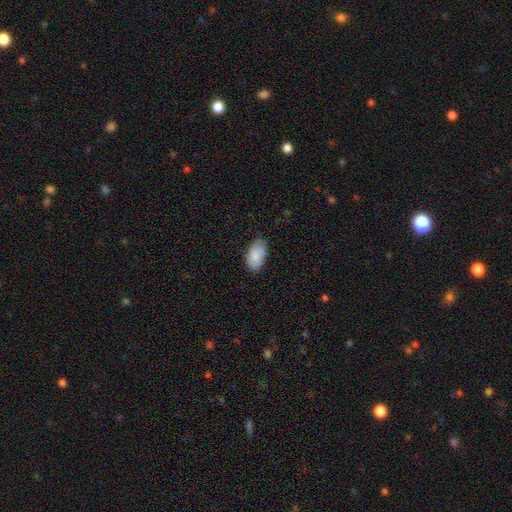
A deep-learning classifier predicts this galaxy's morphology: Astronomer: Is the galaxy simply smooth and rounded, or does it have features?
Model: smooth — 87%.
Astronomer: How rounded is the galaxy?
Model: in between — 95%.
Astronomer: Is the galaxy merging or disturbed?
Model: none — 74%.